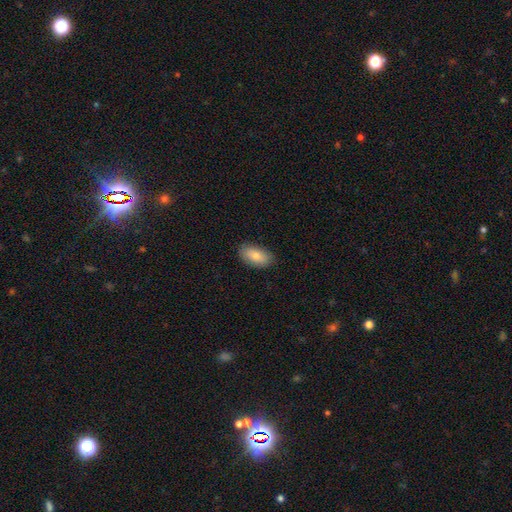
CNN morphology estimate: A smooth galaxy with no disk features (82%) that is in between round and cigar-shaped (93%). Merging: none (86%).